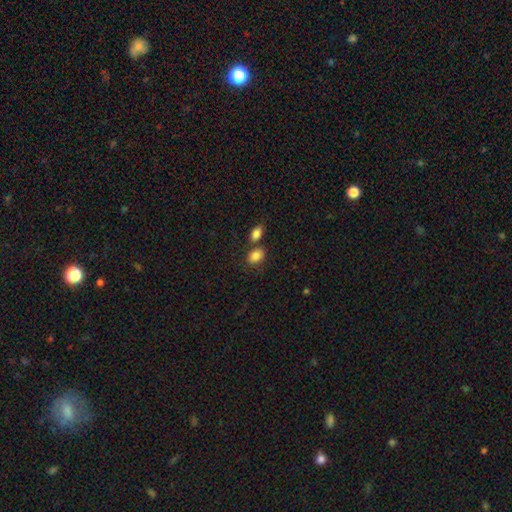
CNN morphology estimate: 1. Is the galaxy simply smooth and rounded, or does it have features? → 85% smooth, 9% star or artifact, 6% featured or disk.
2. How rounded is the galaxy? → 71% in between, 27% round, 1% cigar-shaped.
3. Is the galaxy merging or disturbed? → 57% none, 27% merger, 12% minor disturbance, 4% major disturbance.